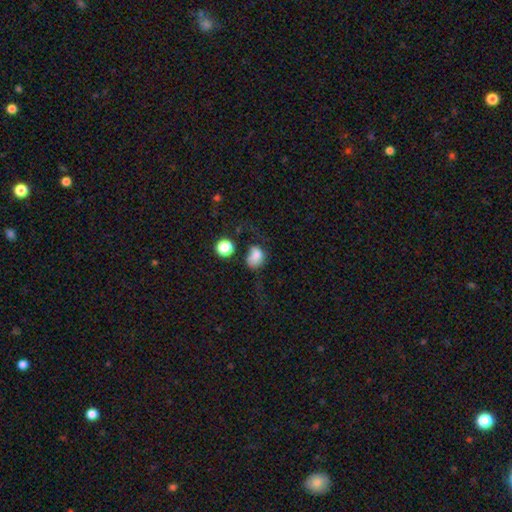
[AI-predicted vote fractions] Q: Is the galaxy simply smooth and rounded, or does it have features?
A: smooth — 76%.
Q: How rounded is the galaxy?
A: round — 52%.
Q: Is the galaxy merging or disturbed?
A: none — 32%.